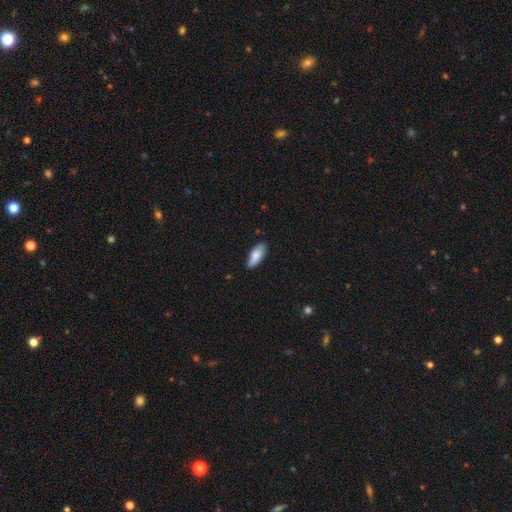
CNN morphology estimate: The model was most divided on "how rounded": in between: 80%, cigar-shaped: 18%, round: 2%. More confident: smooth or featured — smooth (85%); merging — none (81%).